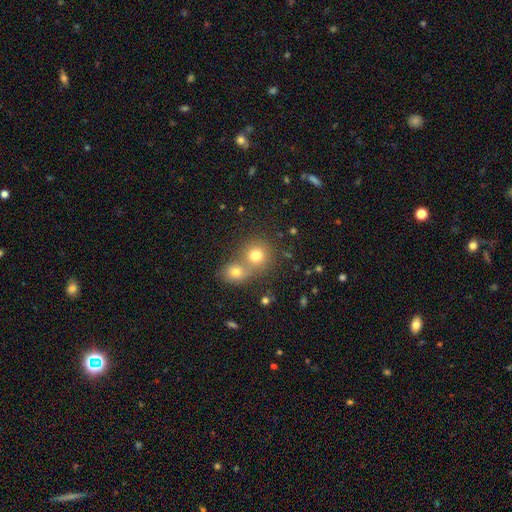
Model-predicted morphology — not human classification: Overall: smooth (75%). How rounded: round (84%). Merging: merger (52%; none 40%).